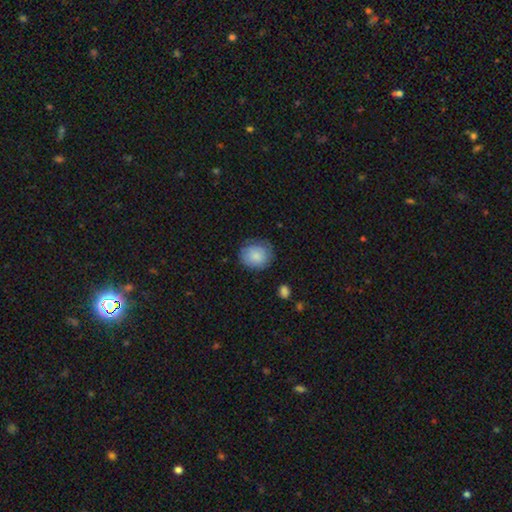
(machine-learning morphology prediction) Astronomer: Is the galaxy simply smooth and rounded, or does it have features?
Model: smooth — 80%.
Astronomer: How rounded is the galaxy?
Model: round — 76%.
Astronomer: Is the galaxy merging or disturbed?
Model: none — 72%.